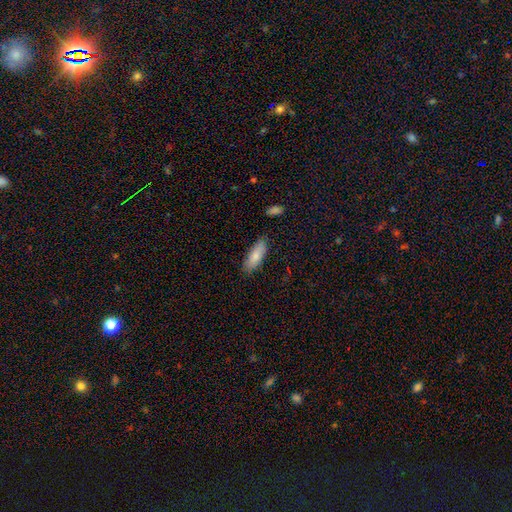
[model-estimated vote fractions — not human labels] Smooth or featured? smooth (80%)
How rounded? in between (67%)
Merging? none (80%)